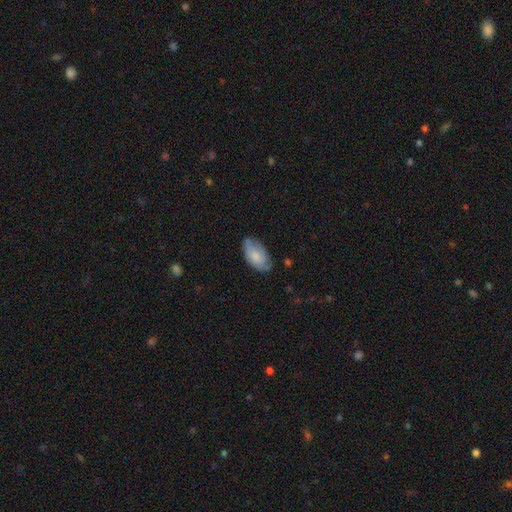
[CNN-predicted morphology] Smooth or featured?
  - smooth: 67% *
  - featured or disk: 27%
  - star or artifact: 6%
How rounded?
  - in between: 94% *
  - round: 3%
  - cigar-shaped: 3%
Merging?
  - none: 62% *
  - minor disturbance: 30%
  - major disturbance: 6%
  - merger: 2%